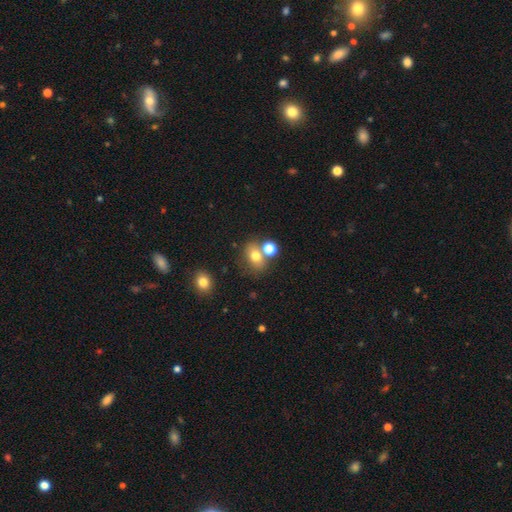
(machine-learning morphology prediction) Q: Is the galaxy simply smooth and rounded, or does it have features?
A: smooth — 73%.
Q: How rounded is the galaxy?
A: in between — 54%.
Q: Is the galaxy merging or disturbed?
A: none — 57%.